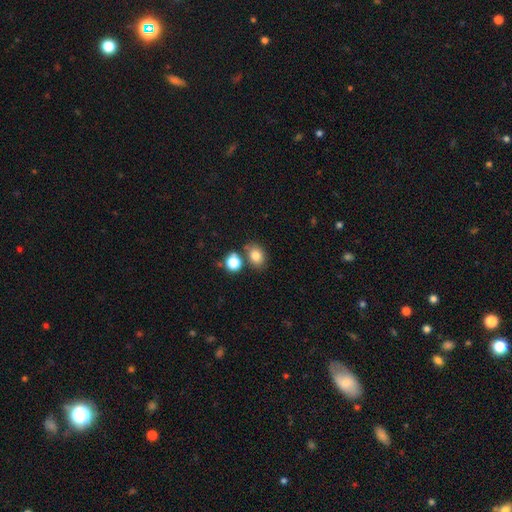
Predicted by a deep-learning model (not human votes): The model was most divided on "how rounded": in between: 56%, round: 43%, cigar-shaped: 1%. More confident: smooth or featured — smooth (81%); merging — none (66%).